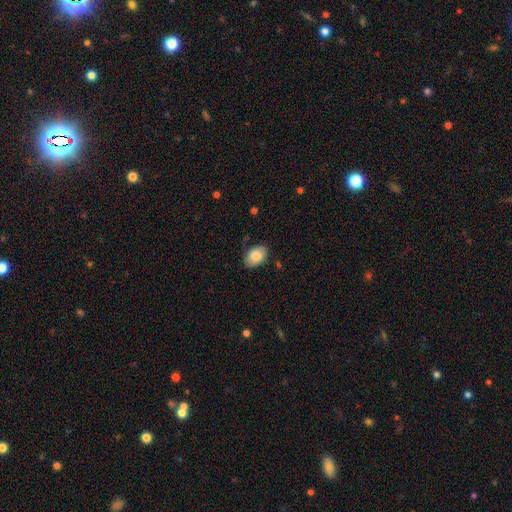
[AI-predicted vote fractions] The model was most divided on "merging": none: 81%, minor disturbance: 14%, major disturbance: 3%, merger: 1%. More confident: how rounded — in between (87%); smooth or featured — smooth (85%).